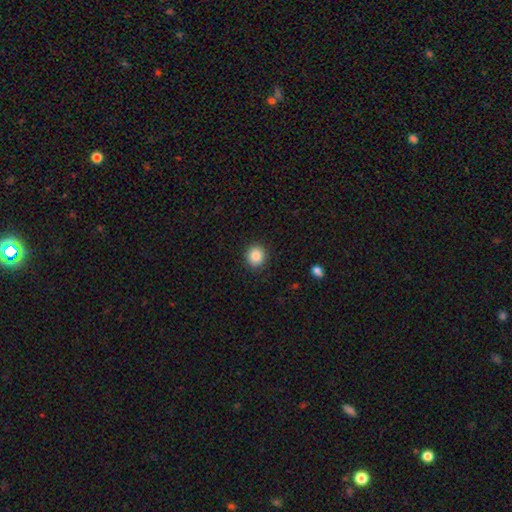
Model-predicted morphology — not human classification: Smooth or featured? smooth (87%)
How rounded? round (88%)
Merging? none (91%)